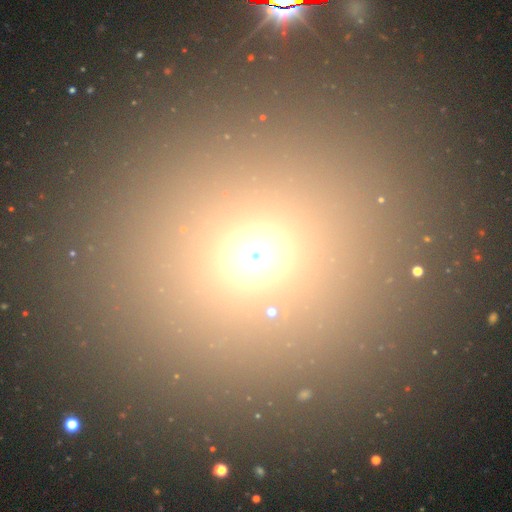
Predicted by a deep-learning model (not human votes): Overall: smooth (63%; star or artifact 28%). How rounded: round (80%). Merging: none (81%).